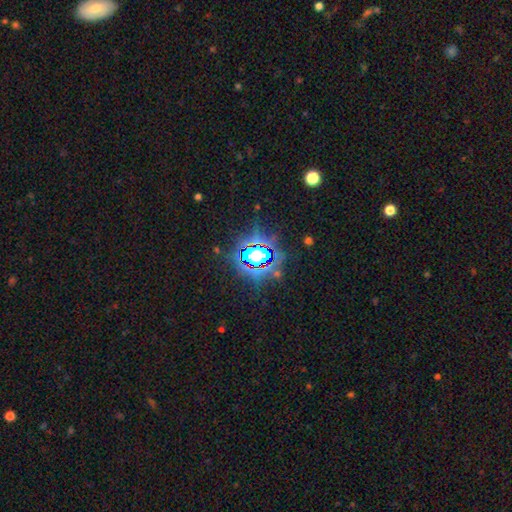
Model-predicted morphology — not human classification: The model was most divided on "smooth or featured": star or artifact: 74%, smooth: 15%, featured or disk: 11%.